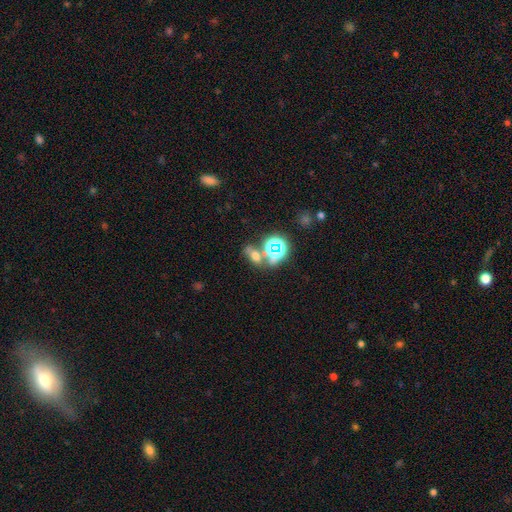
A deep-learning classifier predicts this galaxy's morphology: smooth 47%, star or artifact 37%, featured or disk 16%. Down the decision tree: merging — none (48%).